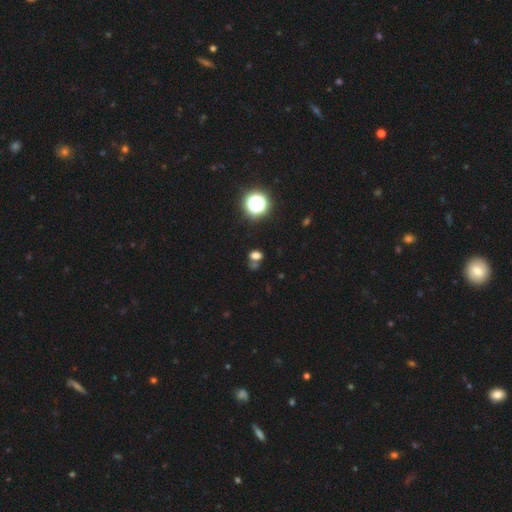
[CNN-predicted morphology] The model was most divided on "how rounded": in between: 61%, round: 37%, cigar-shaped: 2%. More confident: smooth or featured — smooth (66%); merging — none (52%).